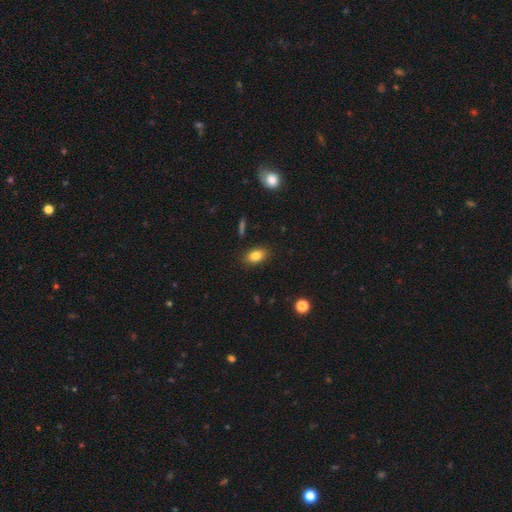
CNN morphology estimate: Smooth or featured? Predicted: smooth (p=0.83). How rounded? Predicted: in between (p=0.85). Merging? Predicted: none (p=0.87).